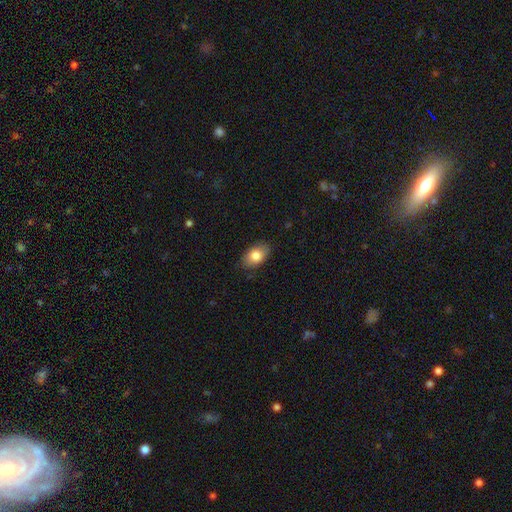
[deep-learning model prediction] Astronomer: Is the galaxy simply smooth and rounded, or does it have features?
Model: smooth — 83%.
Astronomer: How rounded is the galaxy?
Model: in between — 88%.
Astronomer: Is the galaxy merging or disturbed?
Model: none — 82%.